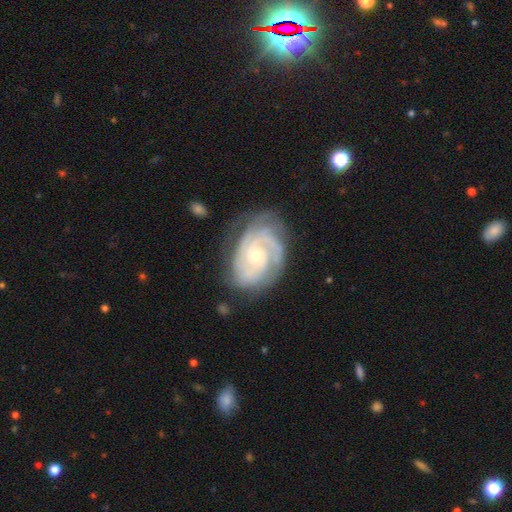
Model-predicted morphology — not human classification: featured or disk 88%, smooth 7%, star or artifact 5%. Down the decision tree: edge-on disk — no (97%); bar — no (71%); spiral arms — yes (97%); spiral arm count — 3 (32%); spiral winding — tight (64%); bulge size — small (59%); merging — none (67%).